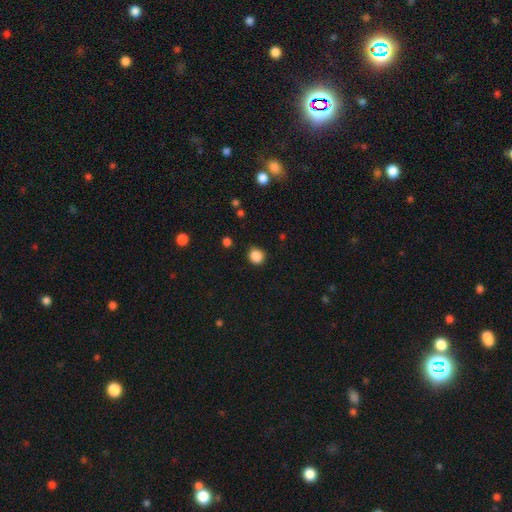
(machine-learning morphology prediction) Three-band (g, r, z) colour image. It shows a smooth galaxy with no disk features (86%) that is round (89%). Merging: none (84%).